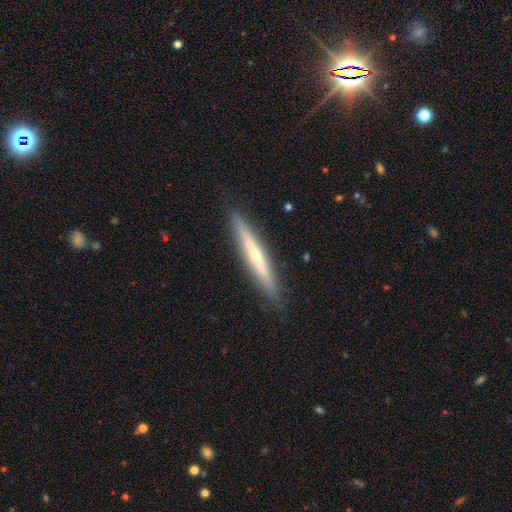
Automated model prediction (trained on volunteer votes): Smooth or featured?
  - featured or disk: 55% *
  - smooth: 39%
  - star or artifact: 6%
Edge-on disk?
  - yes: 95% *
  - no: 5%
Edge-on bulge?
  - rounded: 56% *
  - none: 39%
  - boxy: 4%
Merging?
  - none: 90% *
  - minor disturbance: 7%
  - major disturbance: 1%
  - merger: 1%